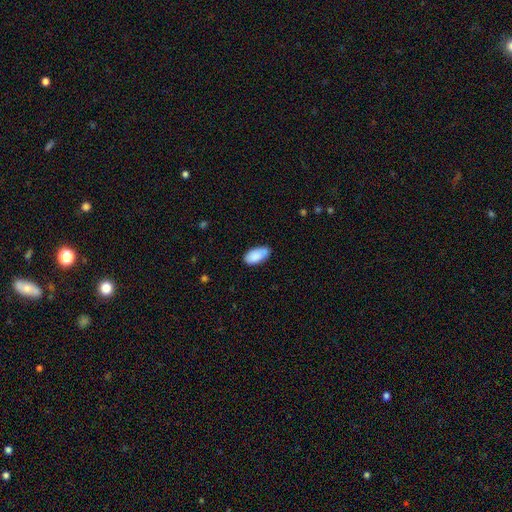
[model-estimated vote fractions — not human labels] This is clearly a smooth galaxy (86%). How rounded: clearly in between (94%). Merging: likely none (70%).